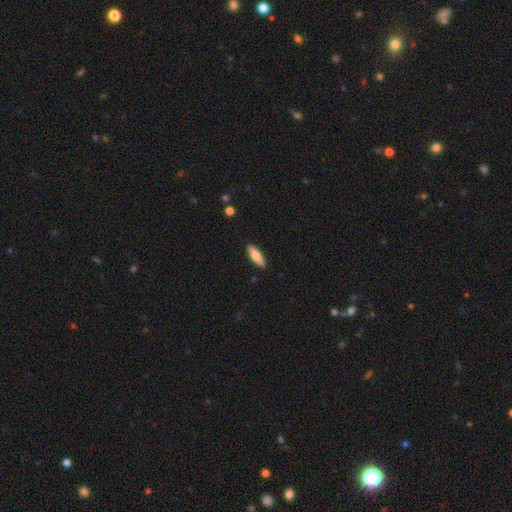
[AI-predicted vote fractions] smooth-or-featured: smooth: 71% | featured or disk: 24% | star or artifact: 6%
  how-rounded: cigar-shaped: 49% (tied) | in between: 49% (tied) | round: 2%
  merging: none: 89% | minor disturbance: 8% | major disturbance: 2% | merger: 1%